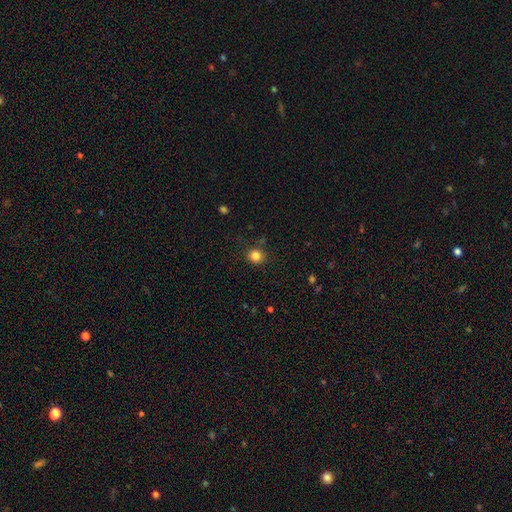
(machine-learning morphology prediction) Smooth or featured?
  - smooth: 83% *
  - star or artifact: 12%
  - featured or disk: 5%
How rounded?
  - round: 83% *
  - in between: 16%
  - cigar-shaped: 1%
Merging?
  - none: 85% *
  - minor disturbance: 10%
  - major disturbance: 3%
  - merger: 2%